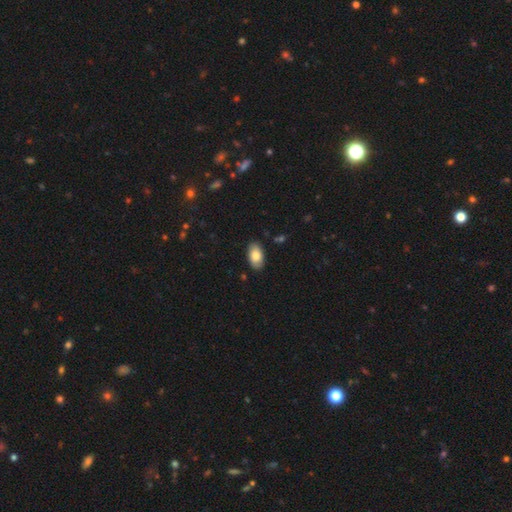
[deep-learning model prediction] smooth_or_featured: smooth (p=0.84) [alt: featured or disk p=0.10]
how_rounded: in between (p=0.94) [alt: round p=0.04]
merging: none (p=0.88) [alt: minor disturbance p=0.09]